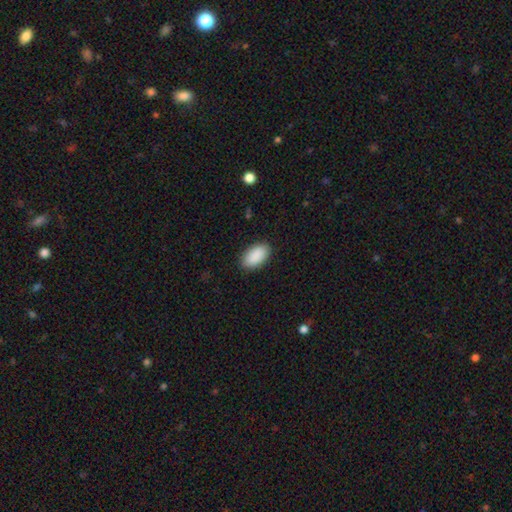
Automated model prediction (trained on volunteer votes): smooth_or_featured: smooth (p=0.91) [alt: star or artifact p=0.06]
how_rounded: in between (p=0.95) [alt: round p=0.03]
merging: none (p=0.88) [alt: minor disturbance p=0.09]